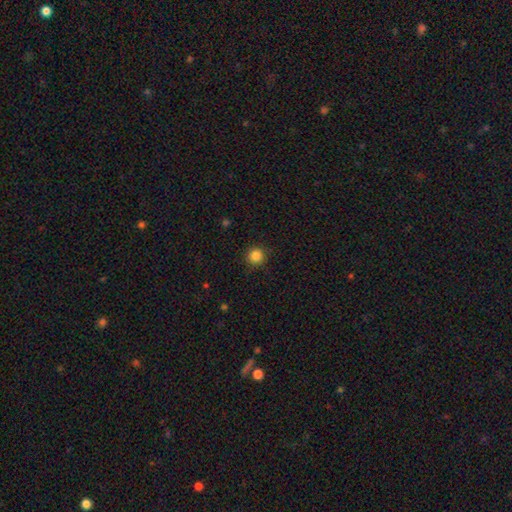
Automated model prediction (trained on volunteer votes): Smooth or featured? smooth (85%)
How rounded? round (94%)
Merging? none (89%)